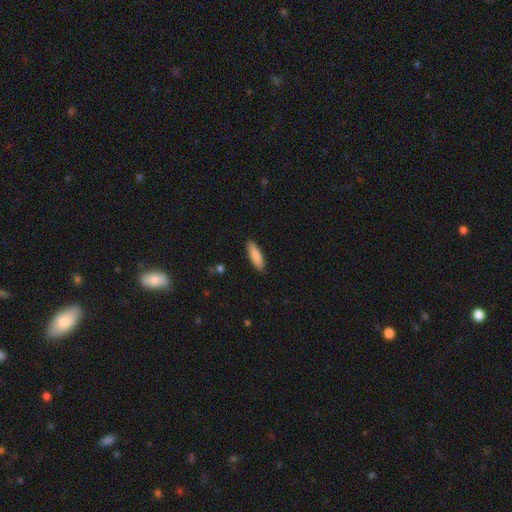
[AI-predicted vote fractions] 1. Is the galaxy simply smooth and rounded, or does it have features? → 86% smooth, 8% featured or disk, 6% star or artifact.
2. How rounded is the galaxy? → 56% cigar-shaped, 43% in between, 2% round.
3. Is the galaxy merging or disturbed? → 89% none, 8% minor disturbance, 2% major disturbance, 1% merger.